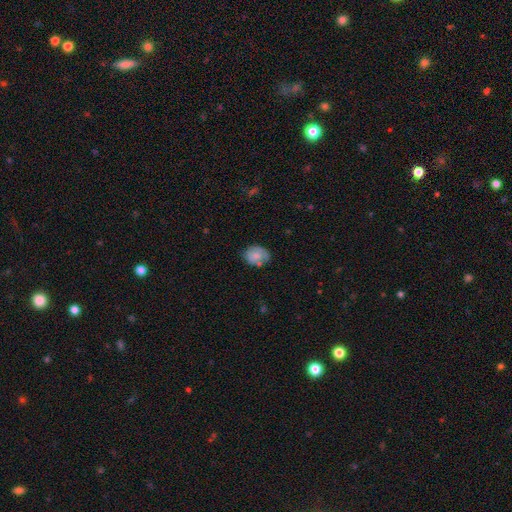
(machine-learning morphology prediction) Smooth or featured? smooth (71%)
How rounded? in between (54%)
Merging? none (59%)